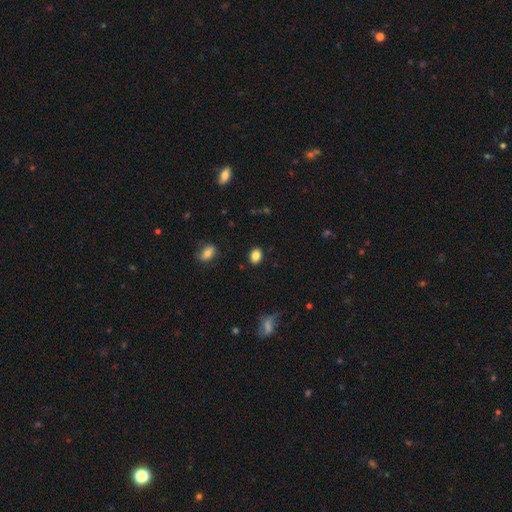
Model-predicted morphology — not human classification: type=smooth (85%); roundness=in between (67%); merging=none (87%).